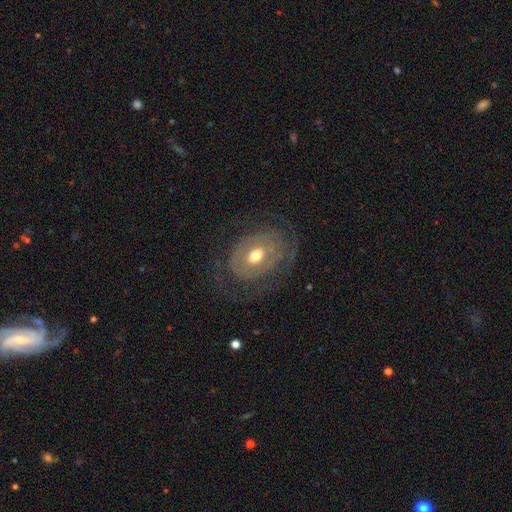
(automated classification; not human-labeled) Smooth or featured: featured or disk — 67% (smooth — 25%)
Edge-on disk: no — 94% (yes — 6%)
Bar: no — 74% (weak — 20%)
Spiral arms: yes — 55% (no — 45%)
Bulge size: moderate — 71% (small — 17%)
Merging: none — 62% (minor disturbance — 18%)